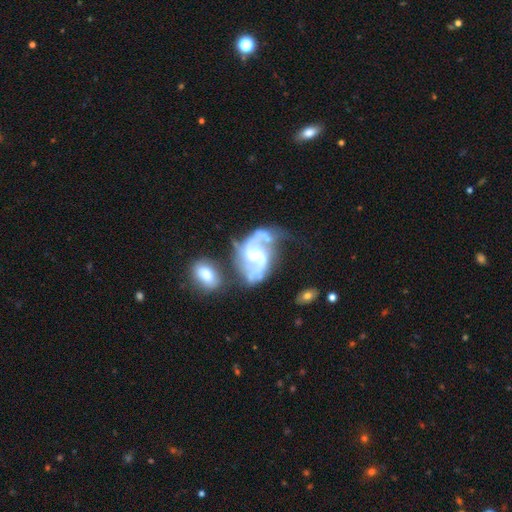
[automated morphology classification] smooth_or_featured: featured or disk (p=0.90) [alt: star or artifact p=0.05]
disk_edge_on: no (p=0.98) [alt: yes p=0.02]
bar: weak (p=0.51) [alt: no p=0.32]
has_spiral_arms: yes (p=0.97) [alt: no p=0.03]
spiral_winding: medium (p=0.47) [alt: loose p=0.42]
spiral_arm_count: 2 (p=0.88) [alt: can't tell p=0.04]
bulge_size: small (p=0.49) [alt: moderate p=0.36]
merging: none (p=0.40) [alt: minor disturbance p=0.21]